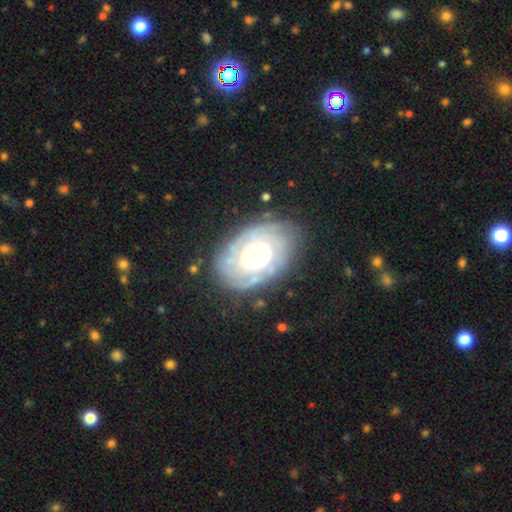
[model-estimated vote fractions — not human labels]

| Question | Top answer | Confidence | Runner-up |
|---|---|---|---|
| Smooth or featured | featured or disk | 77% | smooth (17%) |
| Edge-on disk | no | 96% | yes (4%) |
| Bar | no | 83% | weak (13%) |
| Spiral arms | yes | 84% | no (16%) |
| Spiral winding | tight | 78% | medium (17%) |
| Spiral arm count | can't tell | 53% | 2 (18%) |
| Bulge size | small | 43% | moderate (42%) |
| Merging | none | 74% | minor disturbance (17%) |